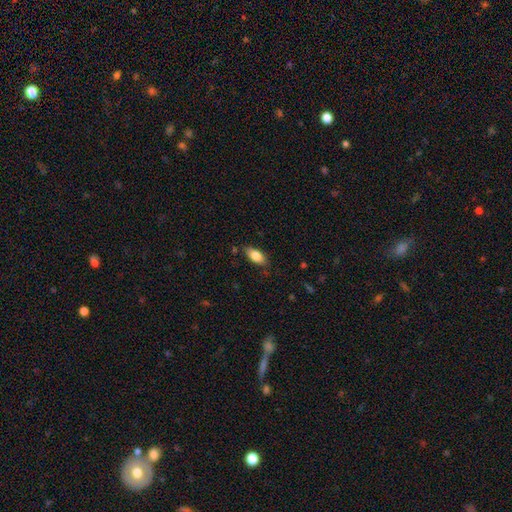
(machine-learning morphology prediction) Q: Smooth or featured?
A: smooth (82%); runner-up: featured or disk (11%)
Q: How rounded?
A: in between (88%); runner-up: cigar-shaped (8%)
Q: Merging?
A: none (79%); runner-up: minor disturbance (16%)